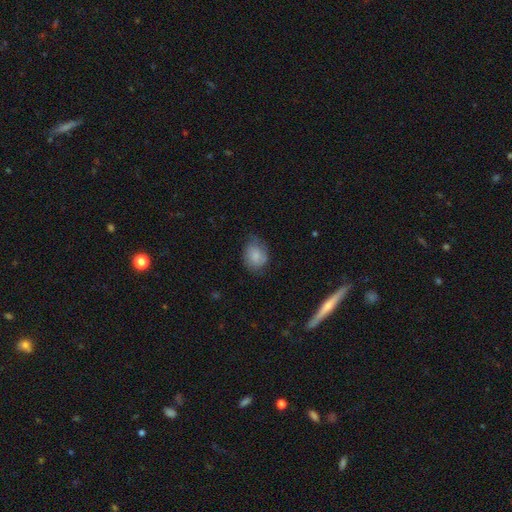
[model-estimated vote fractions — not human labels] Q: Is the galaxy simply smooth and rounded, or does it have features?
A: smooth — 80%.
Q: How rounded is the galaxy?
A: in between — 54%.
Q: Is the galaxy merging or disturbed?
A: none — 60%.